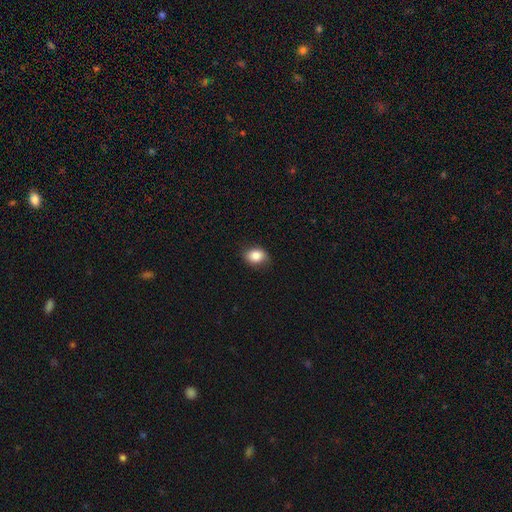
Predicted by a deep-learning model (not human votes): Q: Smooth or featured?
A: smooth (84%); runner-up: star or artifact (9%)
Q: How rounded?
A: in between (64%); runner-up: round (35%)
Q: Merging?
A: none (82%); runner-up: minor disturbance (14%)